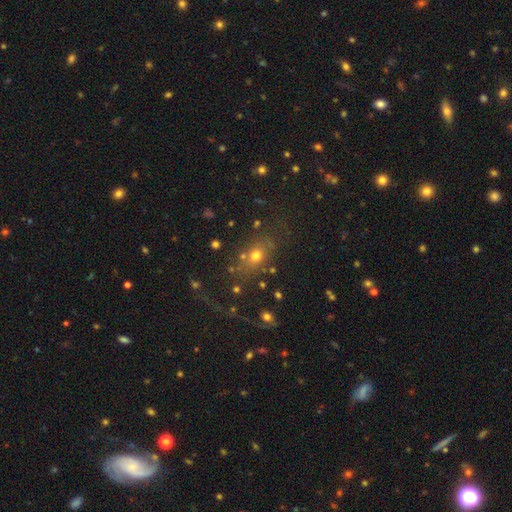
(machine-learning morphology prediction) This is likely a smooth galaxy (61%). How rounded: possibly round (48%). Merging: likely none (69%).